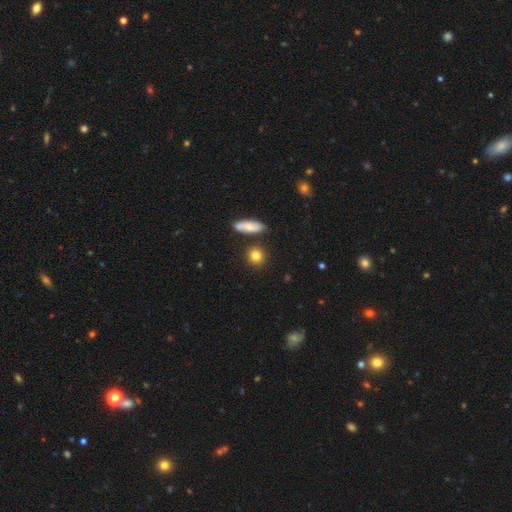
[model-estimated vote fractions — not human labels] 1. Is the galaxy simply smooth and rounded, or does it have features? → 82% smooth, 9% star or artifact, 9% featured or disk.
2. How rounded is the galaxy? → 83% round, 14% in between, 3% cigar-shaped.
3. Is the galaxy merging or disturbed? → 83% none, 9% minor disturbance, 5% merger, 2% major disturbance.